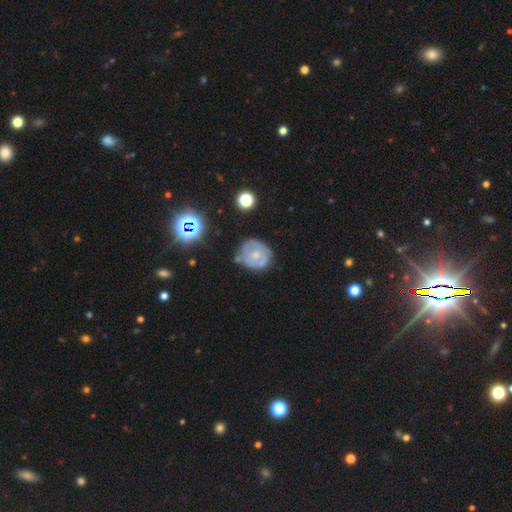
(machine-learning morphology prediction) featured or disk 58%, smooth 34%, star or artifact 8%. Down the decision tree: edge-on disk — no (97%); bar — no (80%); spiral arms — yes (56%); bulge size — small (47%); merging — none (59%).